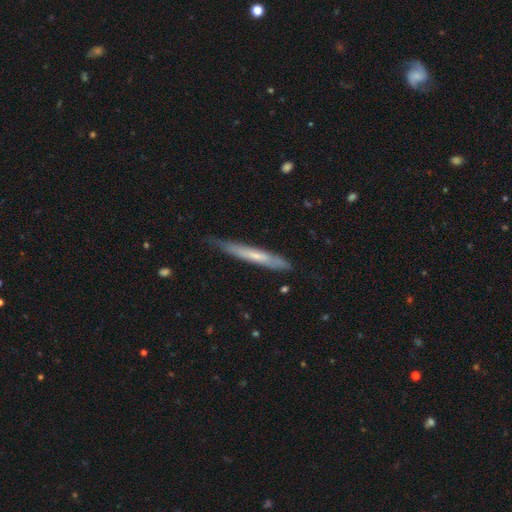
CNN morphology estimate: Smooth or featured? smooth (51%)
How rounded? cigar-shaped (95%)
Merging? none (71%)